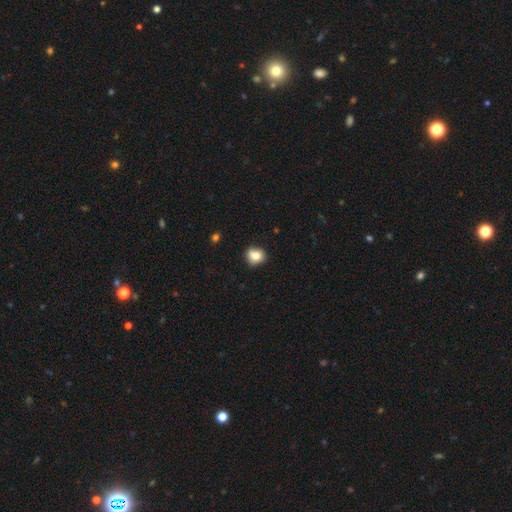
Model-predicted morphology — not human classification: smooth_or_featured: smooth (p=0.78) [alt: featured or disk p=0.12]
how_rounded: round (p=0.76) [alt: in between p=0.23]
merging: none (p=0.70) [alt: minor disturbance p=0.21]